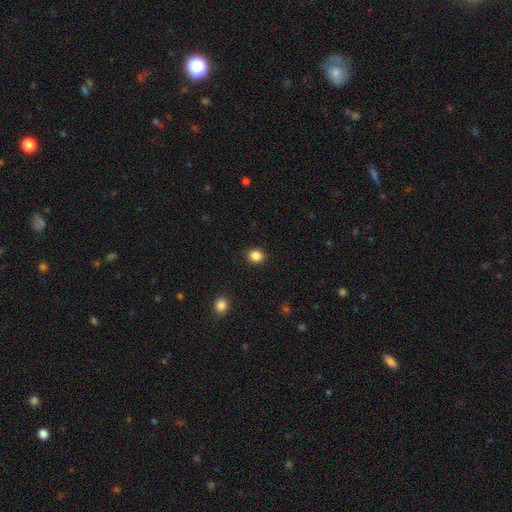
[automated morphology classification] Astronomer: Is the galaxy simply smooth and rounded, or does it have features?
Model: smooth — 86%.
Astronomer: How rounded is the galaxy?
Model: round — 63%.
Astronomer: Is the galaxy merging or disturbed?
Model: none — 90%.